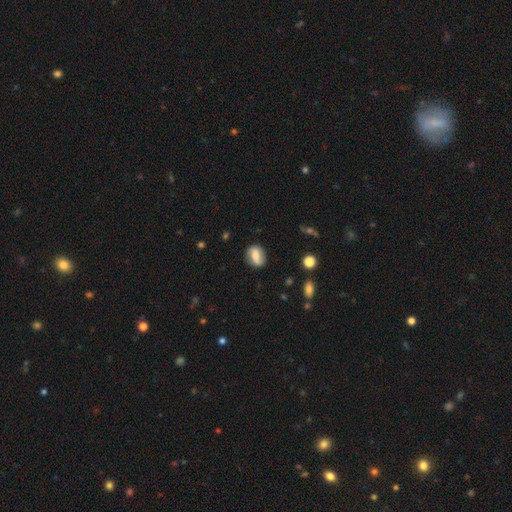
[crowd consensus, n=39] smooth-or-featured: featured or disk: 51% | smooth: 49% | star or artifact: 0%
  disk-edge-on: no: 100% | yes: 0%
    bar: weak: 45% | no: 35% | strong: 20%
    has-spiral-arms: yes: 85% | no: 15%
      spiral-winding: loose: 65% | tight: 24% | medium: 12%
      spiral-arm-count: 2: 100% | 1: 0% | 3: 0% | 4: 0% | more than 4: 0% | can't tell: 0%
    bulge-size: moderate: 70% | small: 15% | none: 15% | dominant: 0% | large: 0%
  merging: none: 87% | minor disturbance: 8% | major disturbance: 3% | merger: 3%